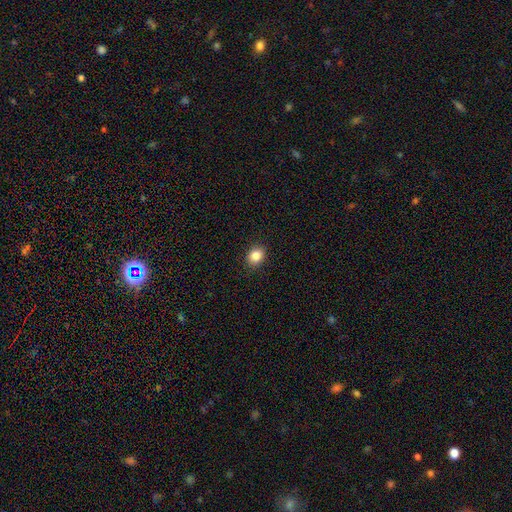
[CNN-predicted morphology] Overall: smooth (85%). How rounded: round (53%; in between 46%). Merging: none (89%).